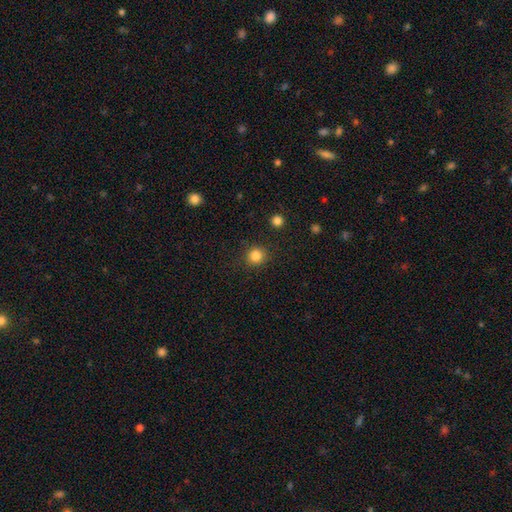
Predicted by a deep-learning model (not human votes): This is clearly a smooth galaxy (84%). How rounded: clearly round (91%). Merging: clearly none (88%).